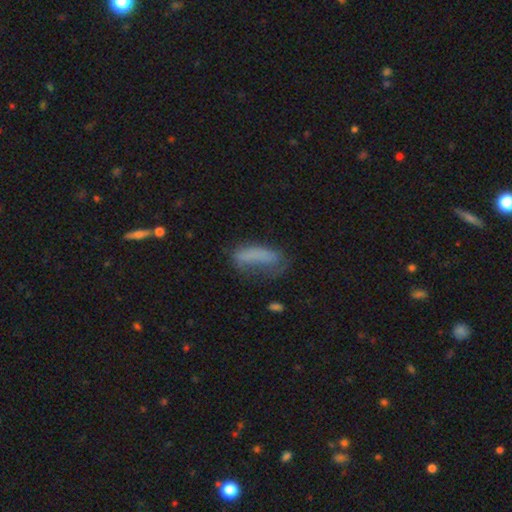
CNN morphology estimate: A smooth galaxy with no disk features (69%) that is in between round and cigar-shaped (58%). Merging: none (36%).